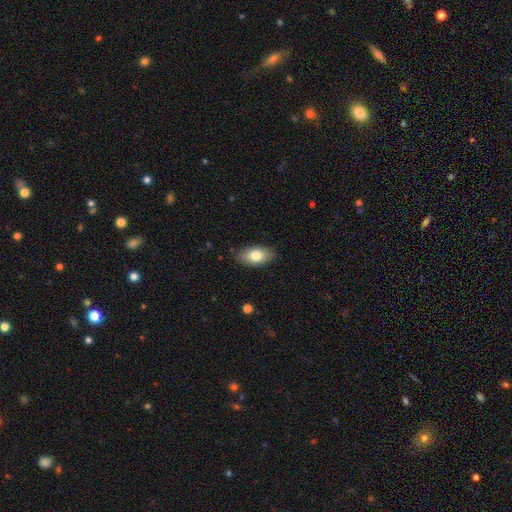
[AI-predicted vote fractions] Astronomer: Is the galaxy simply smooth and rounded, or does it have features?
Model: smooth — 78%.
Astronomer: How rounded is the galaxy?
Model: in between — 91%.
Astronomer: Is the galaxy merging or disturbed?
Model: none — 85%.